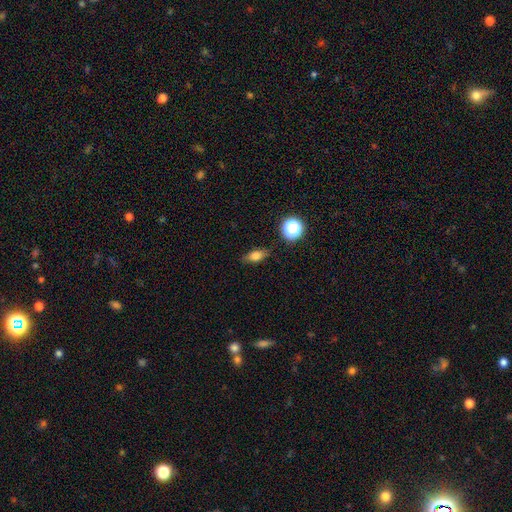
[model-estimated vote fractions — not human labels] Smooth or featured?
  - smooth: 72% *
  - featured or disk: 16%
  - star or artifact: 12%
How rounded?
  - in between: 71% *
  - cigar-shaped: 15%
  - round: 14%
Merging?
  - none: 83% *
  - minor disturbance: 13%
  - major disturbance: 3%
  - merger: 2%